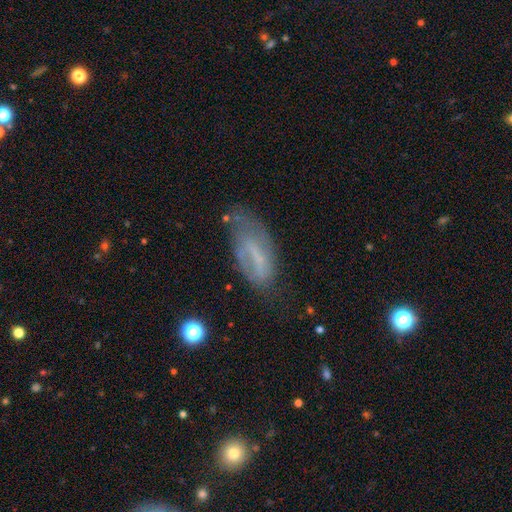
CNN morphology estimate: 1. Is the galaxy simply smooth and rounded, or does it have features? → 50% featured or disk, 39% smooth, 11% star or artifact.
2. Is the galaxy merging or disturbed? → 47% none, 30% minor disturbance, 19% major disturbance, 3% merger.